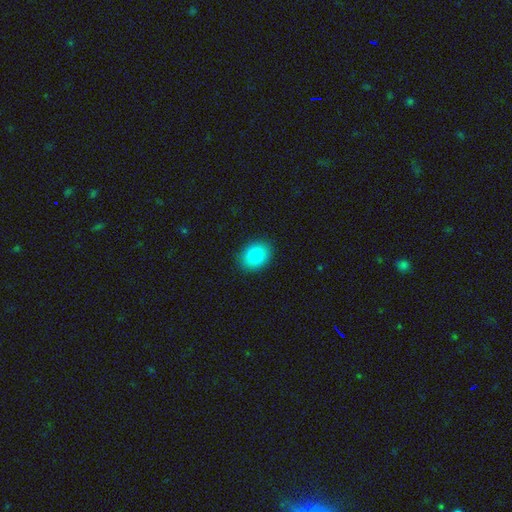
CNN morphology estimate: smooth-or-featured: smooth: 83% | star or artifact: 9% | featured or disk: 8%
  how-rounded: in between: 54% | round: 45% | cigar-shaped: 1%
  merging: none: 90% | minor disturbance: 7% | major disturbance: 2% | merger: 1%